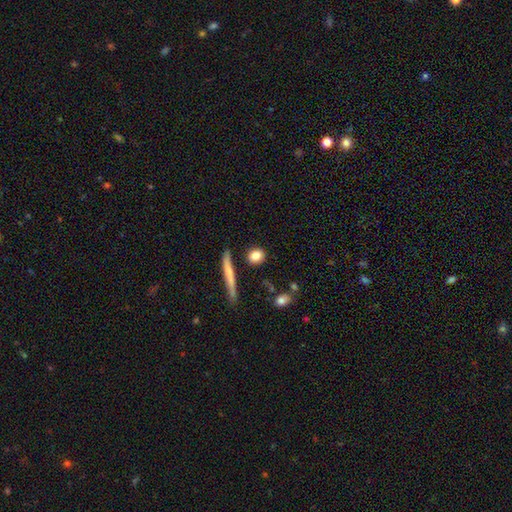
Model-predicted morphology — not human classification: Smooth or featured: smooth — 81% (featured or disk — 11%)
How rounded: round — 61% (in between — 27%)
Merging: none — 83% (minor disturbance — 10%)